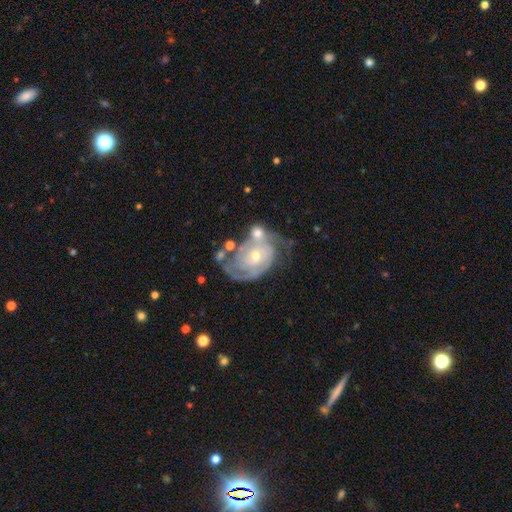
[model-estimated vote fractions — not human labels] featured or disk 85%, smooth 10%, star or artifact 5%. Down the decision tree: edge-on disk — no (97%); bar — no (72%); spiral arms — yes (93%); spiral arm count — 2 (46%); spiral winding — tight (61%); bulge size — small (58%); merging — none (39%).